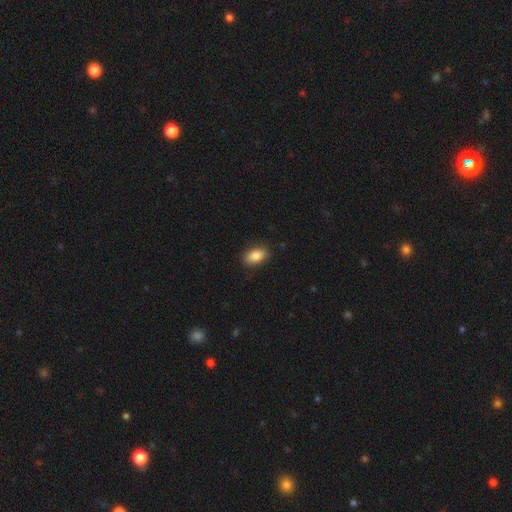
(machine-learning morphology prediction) Overall: smooth (86%). How rounded: in between (89%). Merging: none (88%).